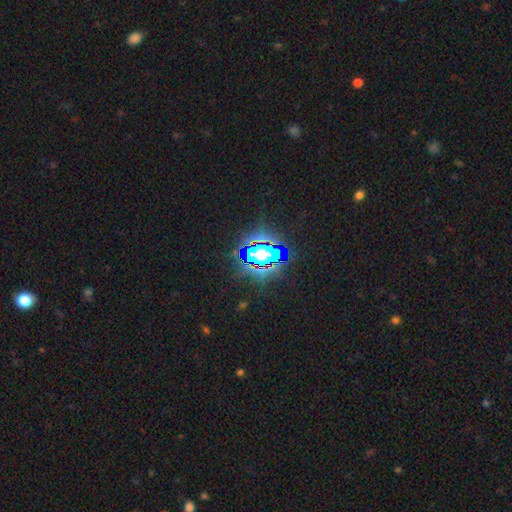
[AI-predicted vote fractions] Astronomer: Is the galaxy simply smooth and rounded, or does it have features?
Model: star or artifact — 81%.